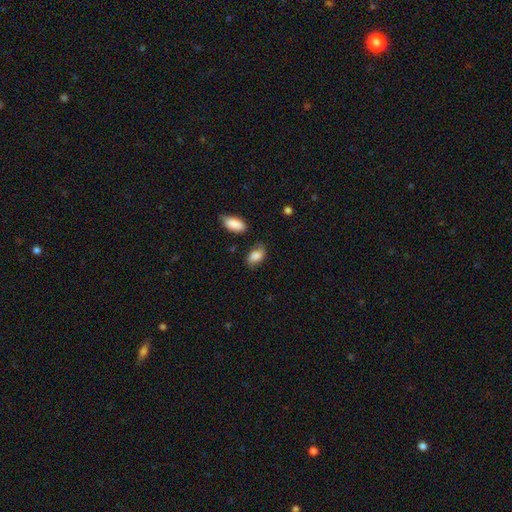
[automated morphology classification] type=smooth (83%); roundness=in between (90%); merging=none (65%).